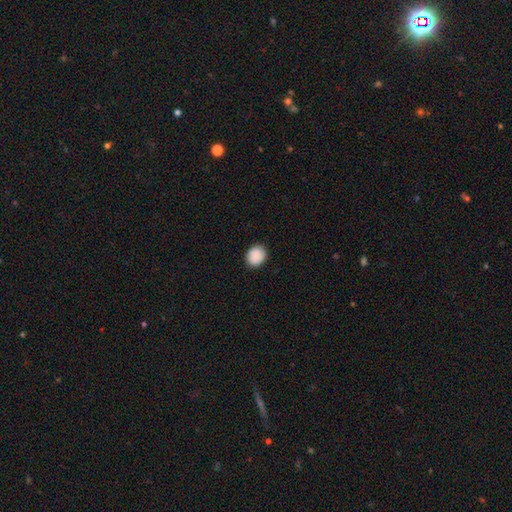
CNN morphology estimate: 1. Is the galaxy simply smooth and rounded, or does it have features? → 90% smooth, 8% star or artifact, 2% featured or disk.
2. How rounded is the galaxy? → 68% round, 31% in between, 1% cigar-shaped.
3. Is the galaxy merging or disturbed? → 90% none, 7% minor disturbance, 2% major disturbance, 1% merger.